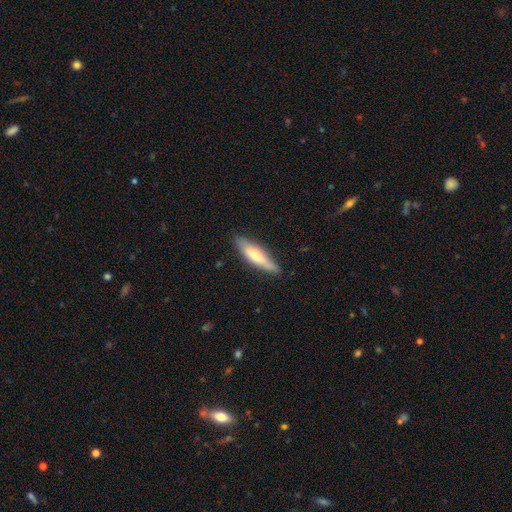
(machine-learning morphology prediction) A smooth galaxy with no disk features (67%) that is cigar-shaped (73%). Merging: none (81%).